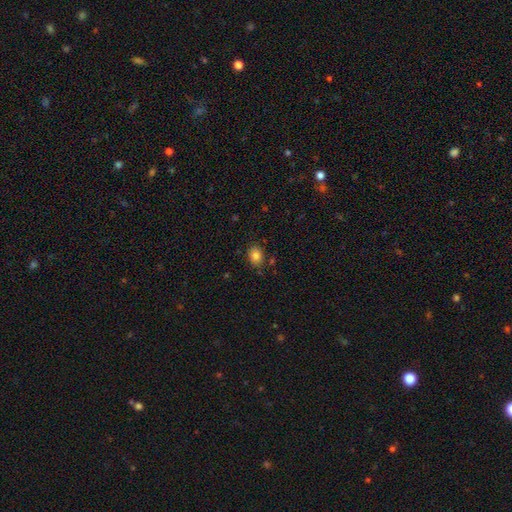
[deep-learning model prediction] The model was most divided on "how rounded": in between: 56%, round: 43%, cigar-shaped: 1%. More confident: merging — none (82%); smooth or featured — smooth (82%).